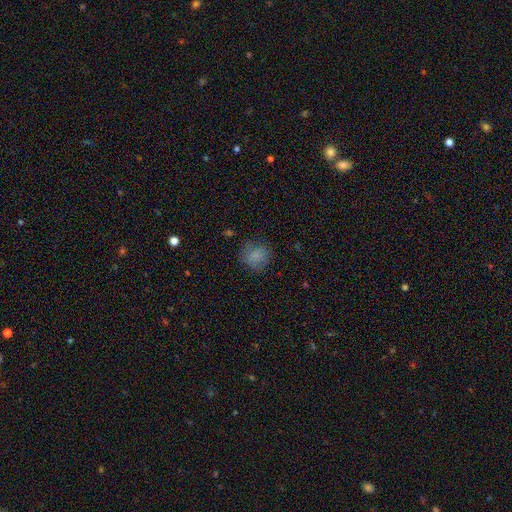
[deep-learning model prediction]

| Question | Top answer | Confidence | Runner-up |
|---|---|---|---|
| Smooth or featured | smooth | 78% | star or artifact (11%) |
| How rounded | round | 79% | in between (20%) |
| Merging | none | 73% | minor disturbance (18%) |